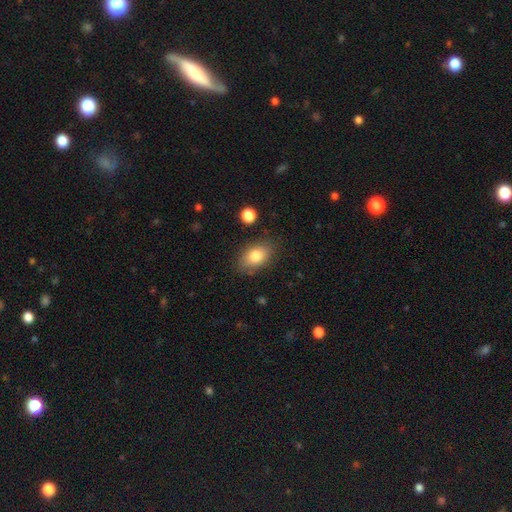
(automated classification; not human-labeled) This is clearly a smooth galaxy (80%). How rounded: clearly in between (86%). Merging: clearly none (81%).